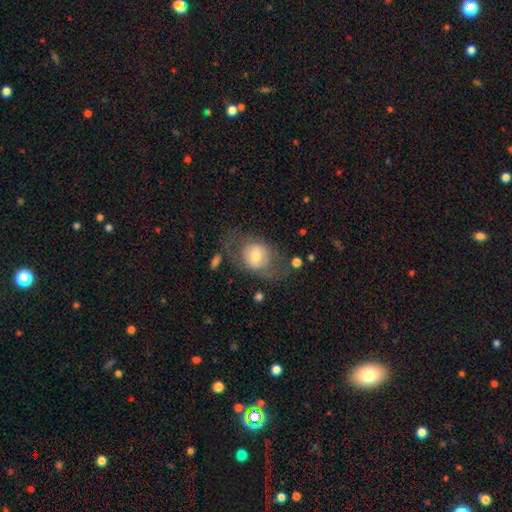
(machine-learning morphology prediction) smooth-or-featured: smooth: 54% | featured or disk: 39% | star or artifact: 7%
  how-rounded: in between: 54% | round: 45% | cigar-shaped: 1%
  merging: none: 54% | major disturbance: 22% | minor disturbance: 21% | merger: 3%